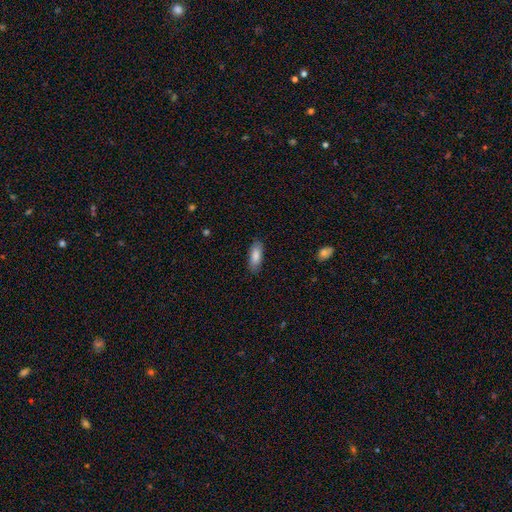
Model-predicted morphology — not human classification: A smooth galaxy with no disk features (85%) that is in between round and cigar-shaped (74%). Merging: none (86%).